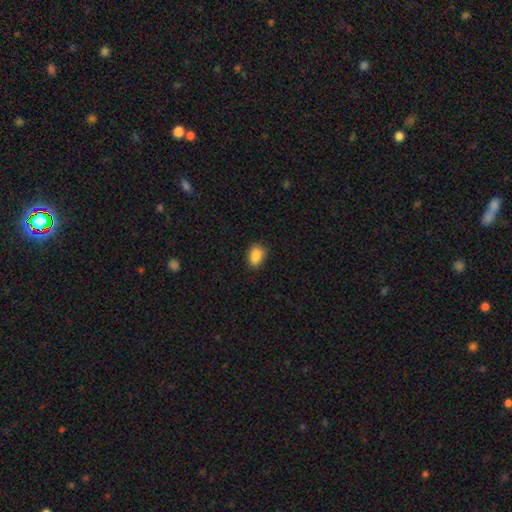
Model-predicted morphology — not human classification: This is clearly a smooth galaxy (88%). How rounded: clearly in between (84%). Merging: clearly none (82%).